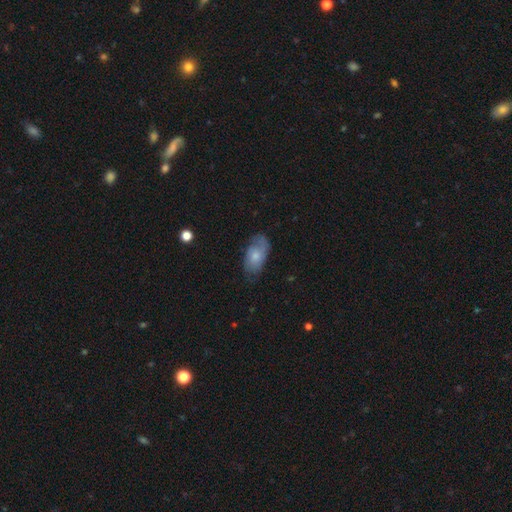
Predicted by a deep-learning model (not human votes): Smooth or featured? smooth (62%)
How rounded? in between (92%)
Merging? none (60%)